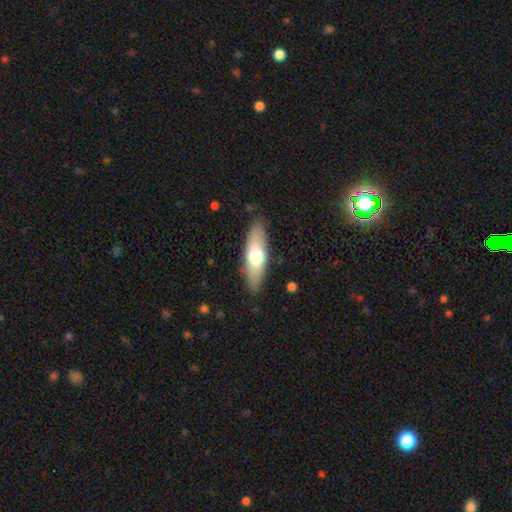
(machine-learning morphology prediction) Overall: smooth (63%; featured or disk 31%). How rounded: in between (52%; cigar-shaped 46%). Merging: none (86%).